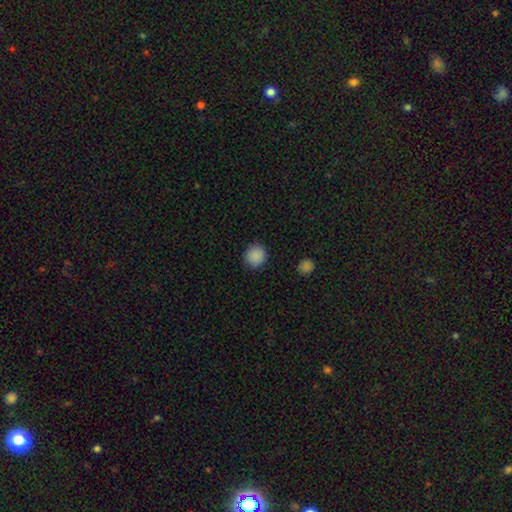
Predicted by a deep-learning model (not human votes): smooth 88%, star or artifact 9%, featured or disk 3%. Down the decision tree: how rounded — round (90%); merging — none (89%).